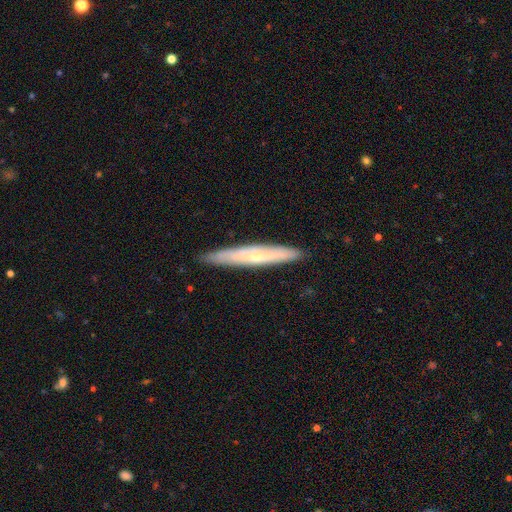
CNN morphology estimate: This is possibly a featured or disk galaxy (56%). It is clearly viewed edge-on (84%). Merging: clearly none (89%).